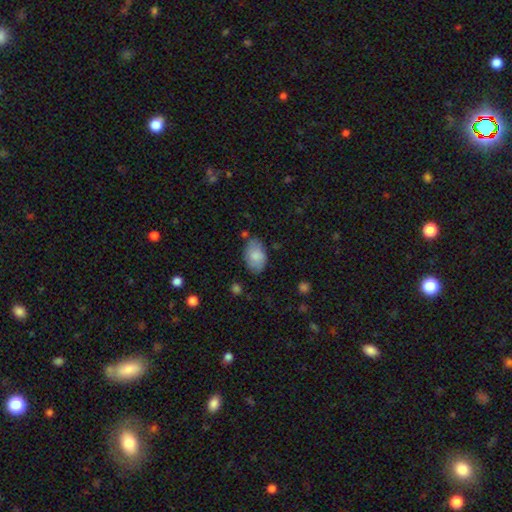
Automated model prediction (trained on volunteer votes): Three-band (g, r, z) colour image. It shows a smooth galaxy with no disk features (80%) that is in between round and cigar-shaped (90%). Merging: none (72%).